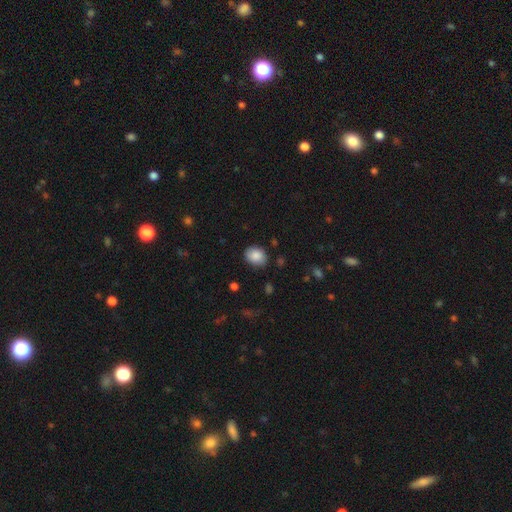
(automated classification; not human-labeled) This is clearly a smooth galaxy (87%). How rounded: possibly in between (52%). Merging: clearly none (82%).